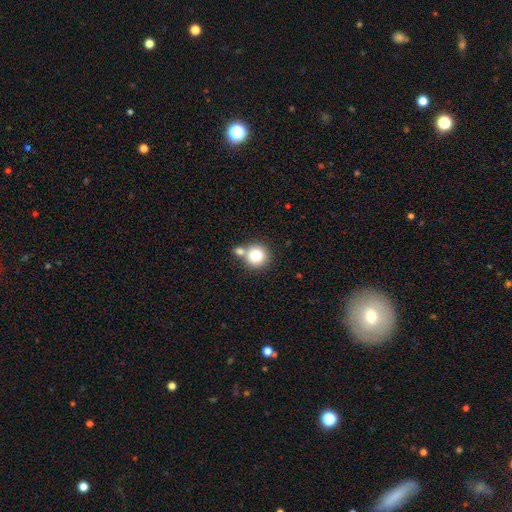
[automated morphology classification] The model was most divided on "merging": none: 61%, merger: 28%, minor disturbance: 9%, major disturbance: 3%. More confident: how rounded — round (91%); smooth or featured — smooth (78%).